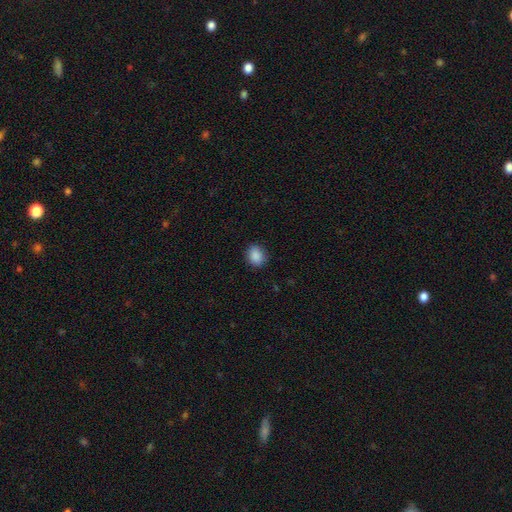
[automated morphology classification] Smooth or featured: smooth — 88% (star or artifact — 9%)
How rounded: round — 58% (in between — 41%)
Merging: none — 85% (minor disturbance — 11%)